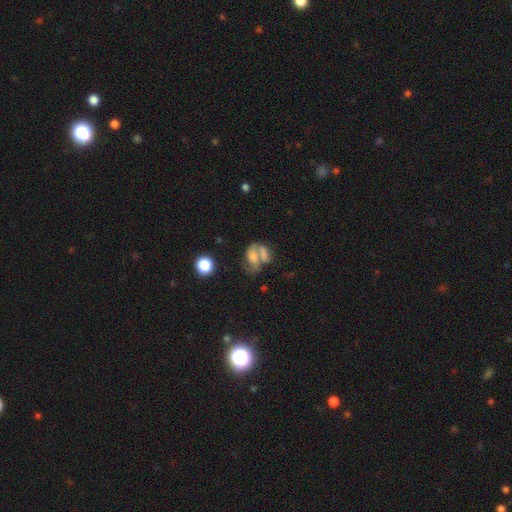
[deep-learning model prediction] smooth 61%, featured or disk 26%, star or artifact 13%. Down the decision tree: how rounded — in between (77%); merging — merger (56%).